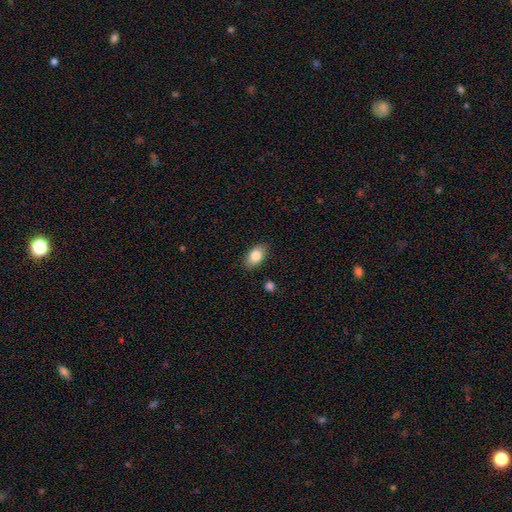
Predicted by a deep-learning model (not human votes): A smooth galaxy with no disk features (83%) that is in between round and cigar-shaped (88%). Merging: none (85%).